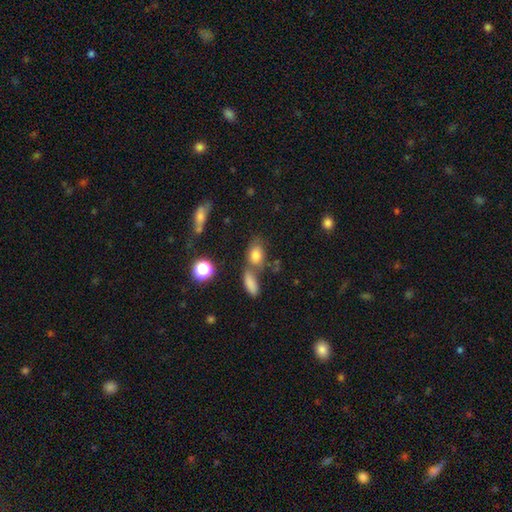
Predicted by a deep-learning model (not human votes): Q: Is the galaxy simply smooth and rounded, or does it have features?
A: smooth — 78%.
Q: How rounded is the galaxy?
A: in between — 78%.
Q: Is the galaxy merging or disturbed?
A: none — 53%.